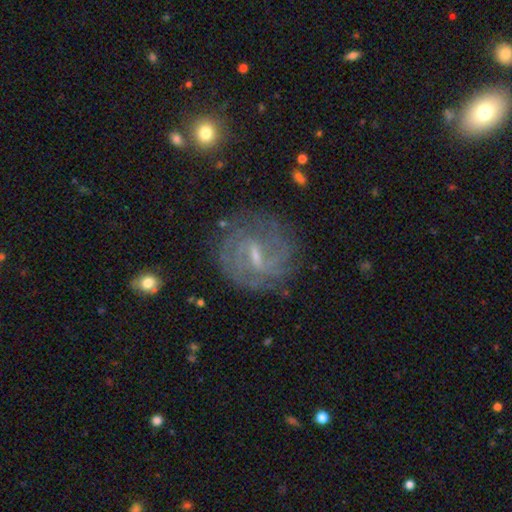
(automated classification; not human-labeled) Smooth or featured? Predicted: featured or disk (p=0.80). Edge-on disk? Predicted: no (p=0.96). Bar? Predicted: weak (p=0.56). Spiral arms? Predicted: yes (p=0.91). Spiral winding? Predicted: tight (p=0.50). Spiral arm count? Predicted: 2 (p=0.42). Bulge size? Predicted: small (p=0.58). Merging? Predicted: none (p=0.77).